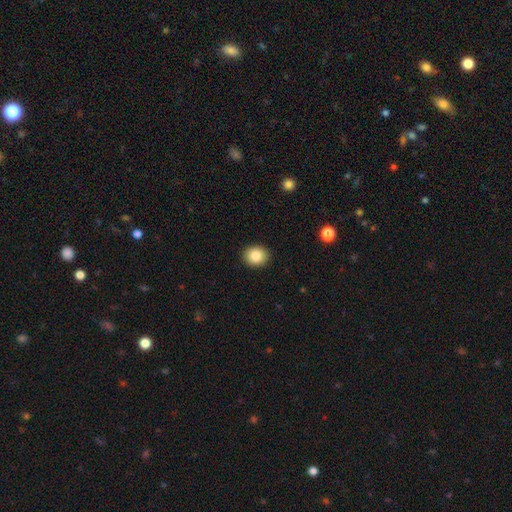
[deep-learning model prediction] Overall: smooth (85%). How rounded: round (66%; in between 33%). Merging: none (91%).